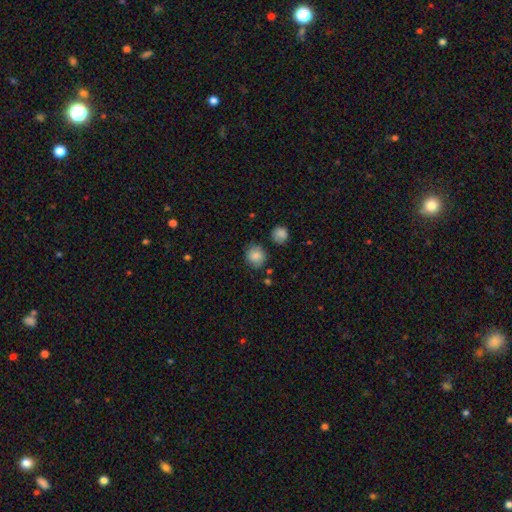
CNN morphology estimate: Q: Smooth or featured?
A: smooth (80%); runner-up: featured or disk (11%)
Q: How rounded?
A: round (81%); runner-up: in between (18%)
Q: Merging?
A: none (74%); runner-up: minor disturbance (18%)